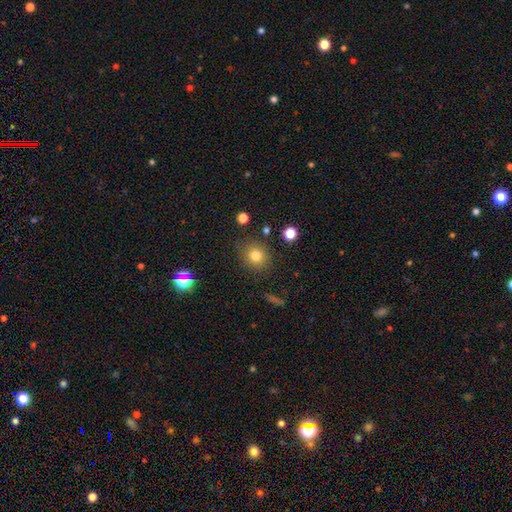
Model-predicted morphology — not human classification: smooth-or-featured: smooth: 78% | star or artifact: 13% | featured or disk: 8%
  how-rounded: round: 84% | in between: 15% | cigar-shaped: 1%
  merging: none: 84% | minor disturbance: 10% | major disturbance: 3% | merger: 2%